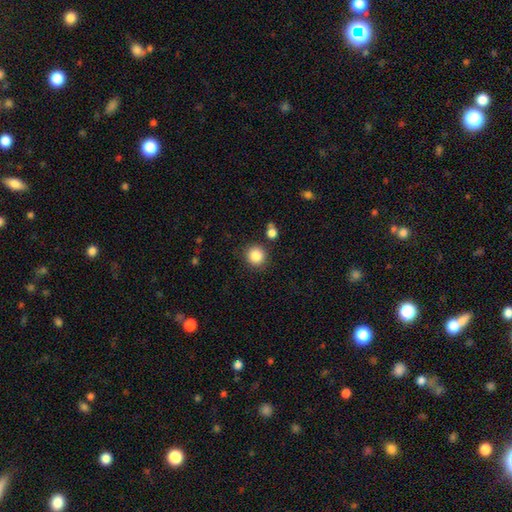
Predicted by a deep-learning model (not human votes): smooth_or_featured: smooth (p=0.86) [alt: star or artifact p=0.10]
how_rounded: round (p=0.91) [alt: in between p=0.08]
merging: none (p=0.86) [alt: minor disturbance p=0.08]